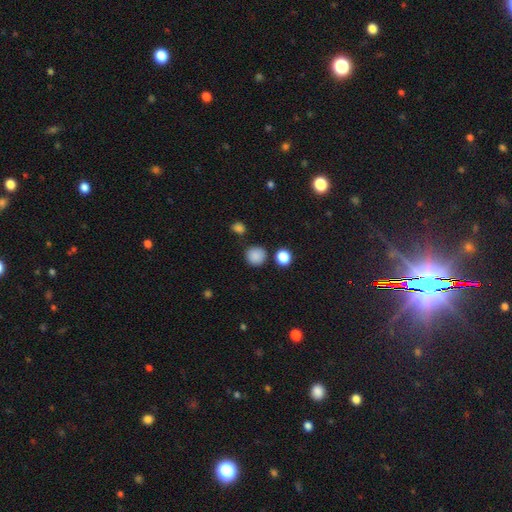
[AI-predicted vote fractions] Smooth or featured? smooth (85%)
How rounded? round (92%)
Merging? none (82%)